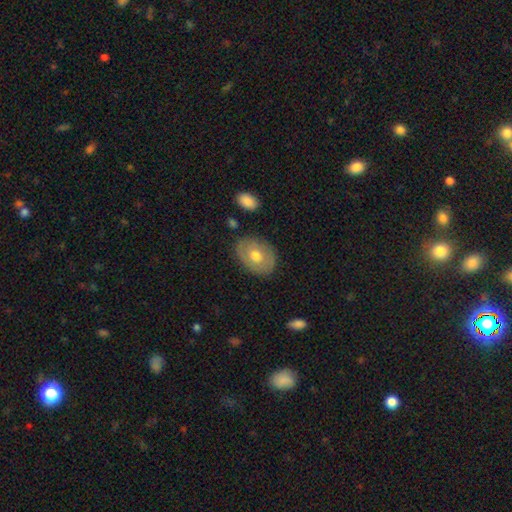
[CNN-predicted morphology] This is possibly a smooth galaxy (55%). How rounded: likely in between (72%). Merging: clearly none (82%).